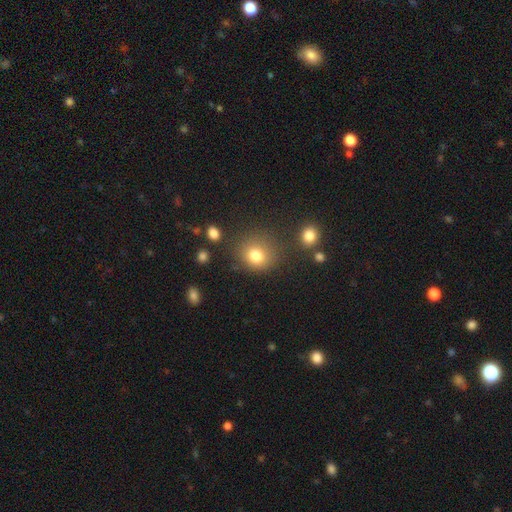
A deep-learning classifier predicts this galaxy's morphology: Smooth or featured: smooth — 79% (star or artifact — 13%)
How rounded: round — 79% (in between — 20%)
Merging: none — 74% (minor disturbance — 14%)